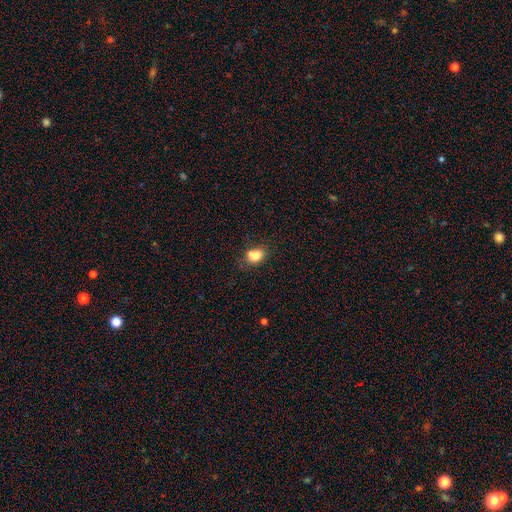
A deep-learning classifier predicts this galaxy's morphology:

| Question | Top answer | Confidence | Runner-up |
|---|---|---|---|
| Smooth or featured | smooth | 78% | featured or disk (12%) |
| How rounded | in between | 65% | round (33%) |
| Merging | none | 47% | merger (30%) |